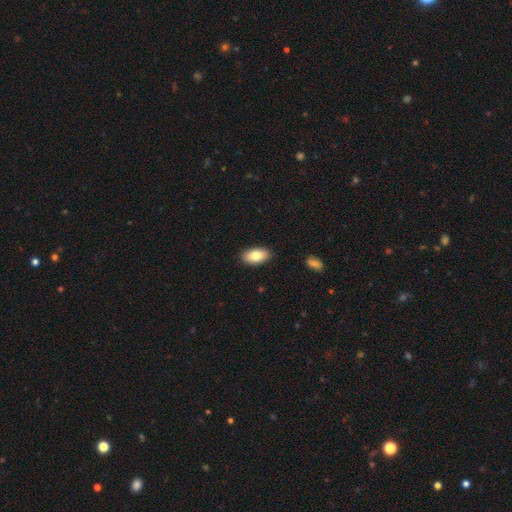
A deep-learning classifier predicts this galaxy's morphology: Overall: smooth (81%). How rounded: in between (94%). Merging: none (89%).